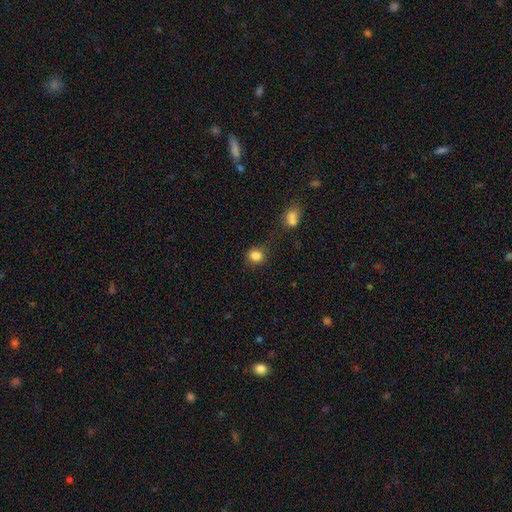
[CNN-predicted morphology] This appears to be a smooth galaxy with no disk features (85%) that is round (72%). Merging: none (79%).